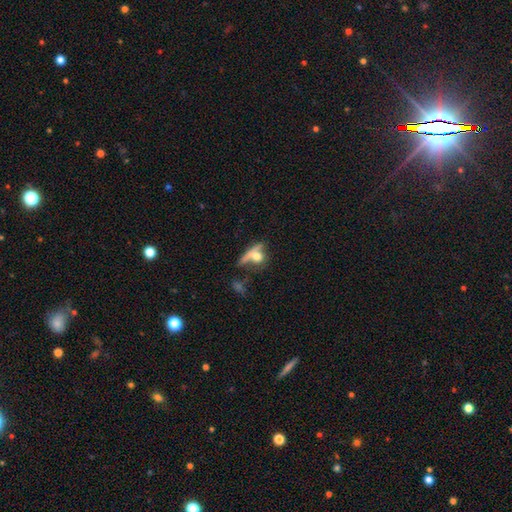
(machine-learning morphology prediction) A smooth galaxy with no disk features (59%) that is round (44%). Merging: none (35%).